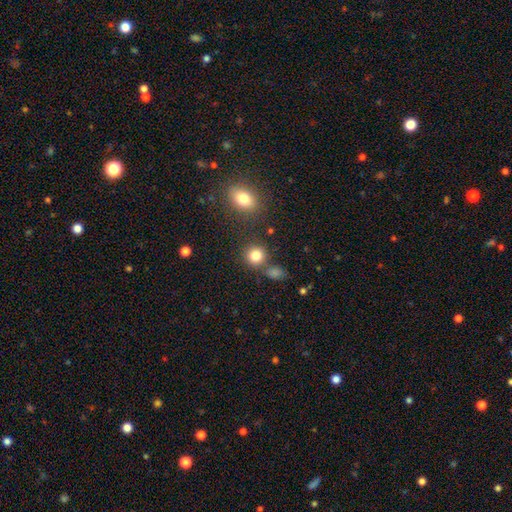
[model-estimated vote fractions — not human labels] smooth 82%, star or artifact 12%, featured or disk 6%. Down the decision tree: how rounded — round (86%); merging — none (75%).